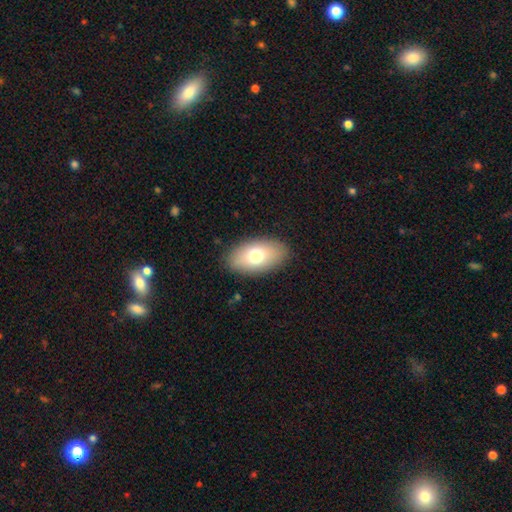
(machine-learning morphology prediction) Smooth or featured? smooth (73%)
How rounded? in between (93%)
Merging? none (87%)